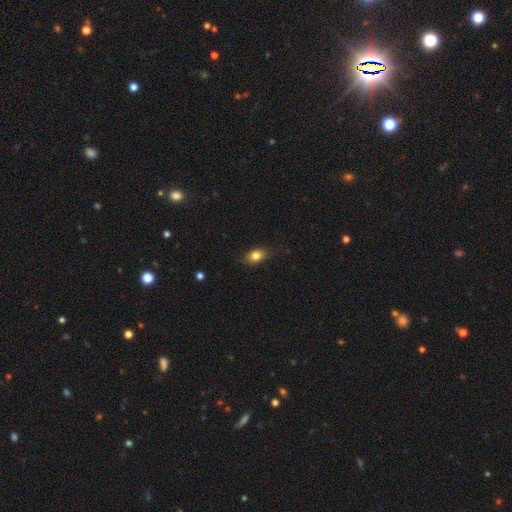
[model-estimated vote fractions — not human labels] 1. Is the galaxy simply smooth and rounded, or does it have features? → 82% smooth, 10% star or artifact, 8% featured or disk.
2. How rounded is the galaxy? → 73% in between, 25% round, 2% cigar-shaped.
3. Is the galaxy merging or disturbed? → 82% none, 14% minor disturbance, 3% major disturbance, 1% merger.